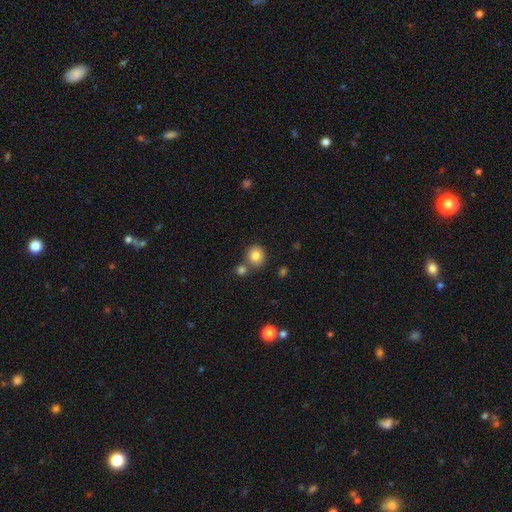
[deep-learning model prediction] A smooth galaxy with no disk features (82%) that is round (86%).

Vote fractions:
- Smooth or featured? smooth: 82% / star or artifact: 10% / featured or disk: 7%
- How rounded? round: 86% / in between: 13% / cigar-shaped: 1%
- Merging? none: 68% / merger: 20% / minor disturbance: 9% / major disturbance: 3%